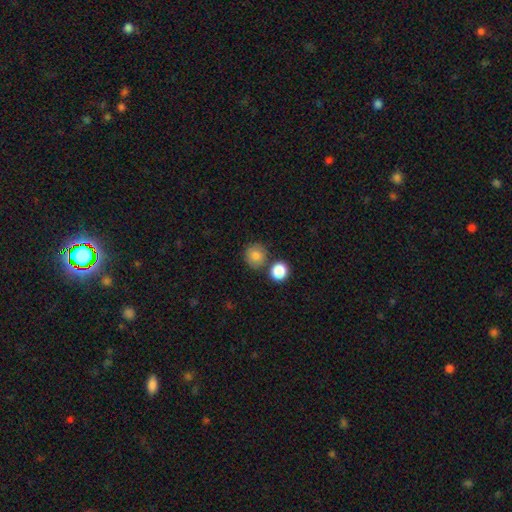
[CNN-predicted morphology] Smooth or featured? smooth (83%)
How rounded? round (89%)
Merging? none (74%)